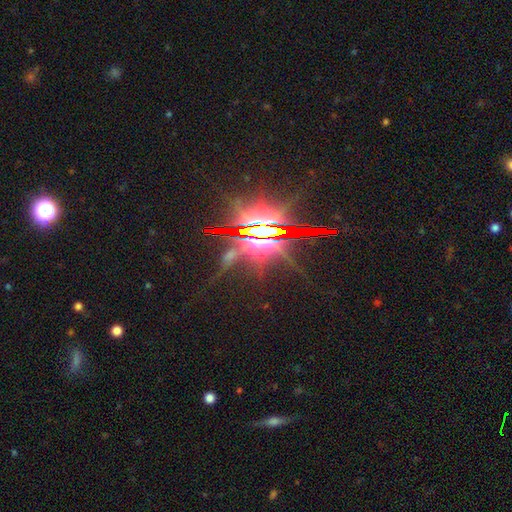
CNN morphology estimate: smooth_or_featured: star or artifact (p=0.84) [alt: featured or disk p=0.11]